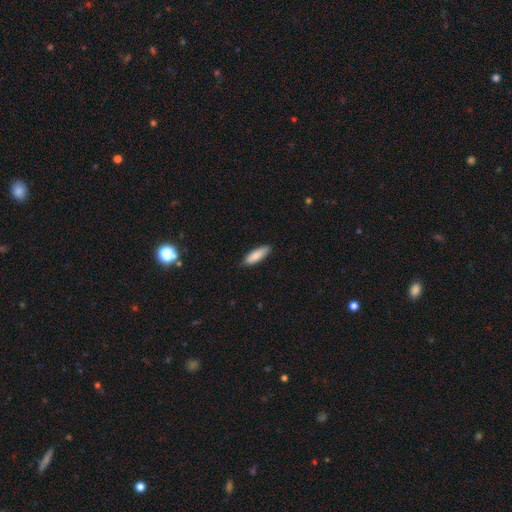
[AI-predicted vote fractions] Smooth or featured? Predicted: smooth (p=0.86). How rounded? Predicted: cigar-shaped (p=0.50). Merging? Predicted: none (p=0.85).